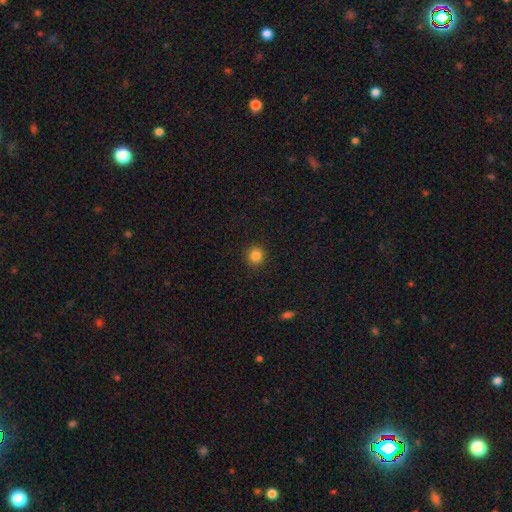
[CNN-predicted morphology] Smooth or featured?
  - smooth: 84% *
  - star or artifact: 11%
  - featured or disk: 4%
How rounded?
  - round: 93% *
  - in between: 6%
  - cigar-shaped: 1%
Merging?
  - none: 92% *
  - minor disturbance: 5%
  - major disturbance: 2%
  - merger: 1%